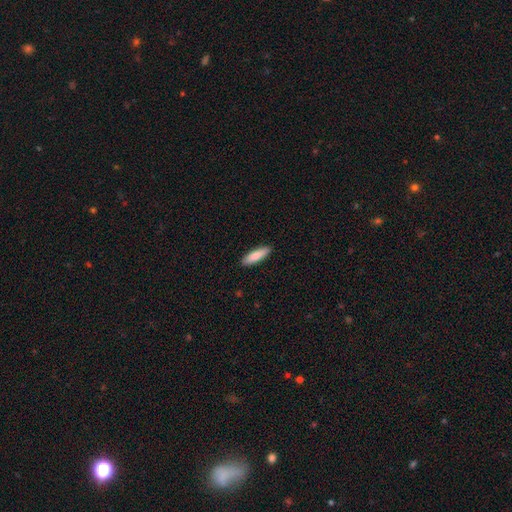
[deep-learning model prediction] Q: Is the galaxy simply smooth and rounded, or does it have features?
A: smooth — 87%.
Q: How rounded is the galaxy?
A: cigar-shaped — 61%.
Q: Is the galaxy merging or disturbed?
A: none — 90%.